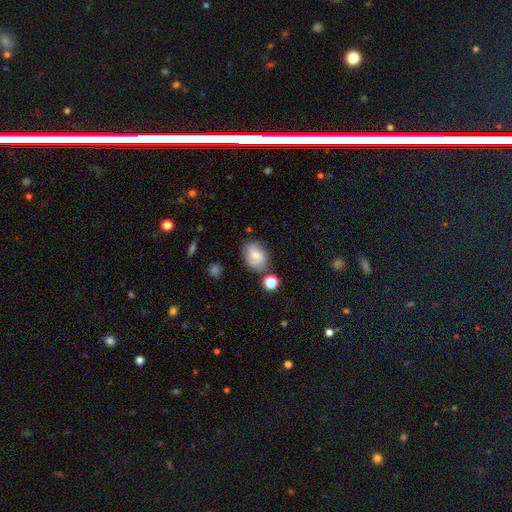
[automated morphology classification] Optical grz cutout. It shows a smooth galaxy with no disk features (62%) that is in between round and cigar-shaped (72%). Merging: none (67%).